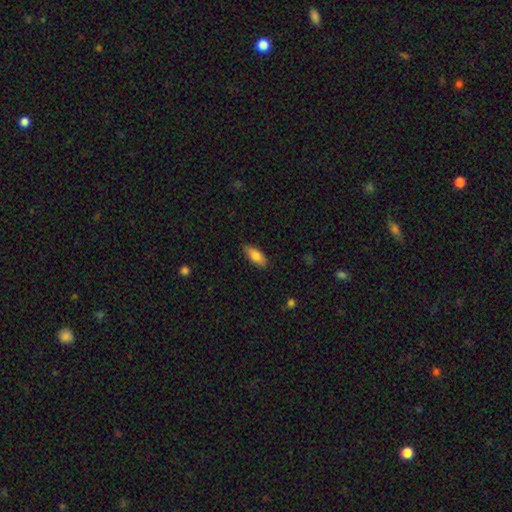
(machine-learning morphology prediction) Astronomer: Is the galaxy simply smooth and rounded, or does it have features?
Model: smooth — 80%.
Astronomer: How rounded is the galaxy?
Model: in between — 81%.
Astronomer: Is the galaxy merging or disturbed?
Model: none — 85%.